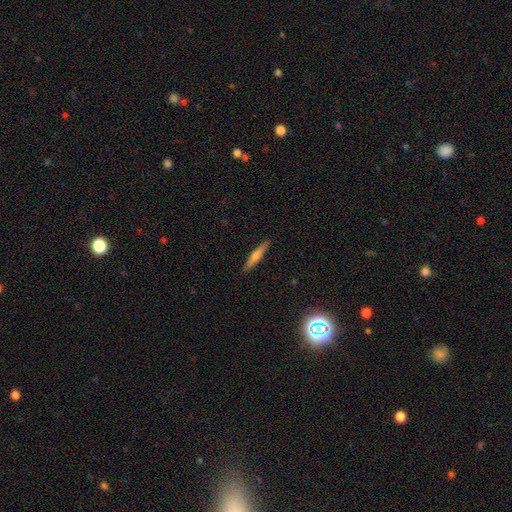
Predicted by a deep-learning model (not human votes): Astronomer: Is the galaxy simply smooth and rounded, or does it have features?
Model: featured or disk — 46%, tied with smooth at 46%.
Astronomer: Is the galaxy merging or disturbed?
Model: none — 90%.